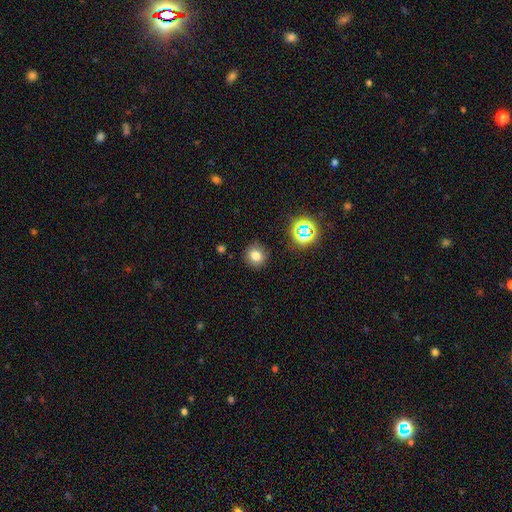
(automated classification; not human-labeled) smooth_or_featured: smooth (p=0.76) [alt: star or artifact p=0.17]
how_rounded: round (p=0.84) [alt: in between p=0.15]
merging: none (p=0.87) [alt: minor disturbance p=0.08]